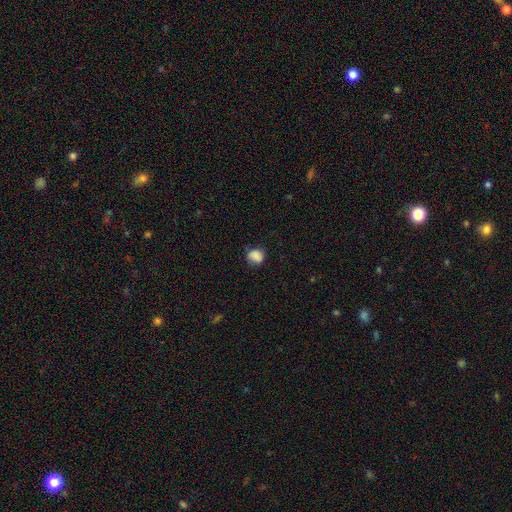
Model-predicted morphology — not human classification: This appears to be a smooth galaxy with no disk features (84%) that is round (66%). Merging: none (66%).